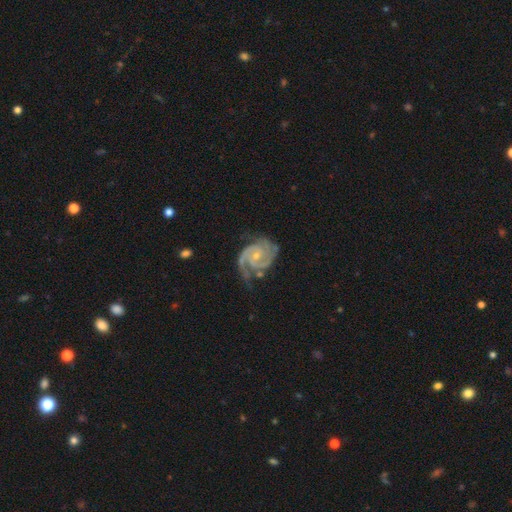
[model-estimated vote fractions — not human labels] featured or disk 92%, star or artifact 4%, smooth 4%. Down the decision tree: edge-on disk — no (98%); bar — no (60%); spiral arms — yes (98%); spiral arm count — 2 (72%); spiral winding — tight (51%); bulge size — small (68%); merging — none (62%).